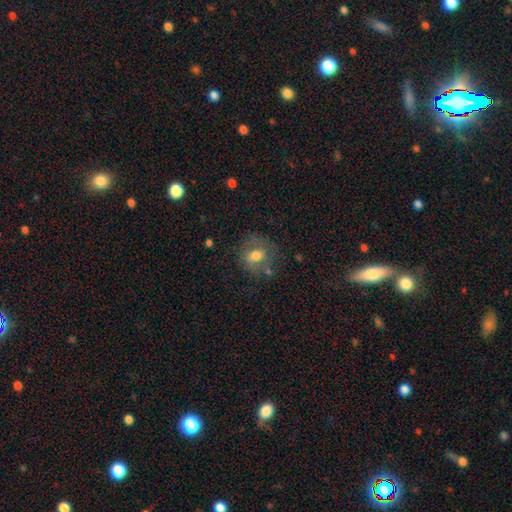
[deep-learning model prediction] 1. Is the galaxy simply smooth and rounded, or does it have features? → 62% smooth, 28% featured or disk, 10% star or artifact.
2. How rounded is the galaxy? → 61% round, 38% in between, 1% cigar-shaped.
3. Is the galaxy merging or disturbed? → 64% none, 21% minor disturbance, 10% major disturbance, 5% merger.